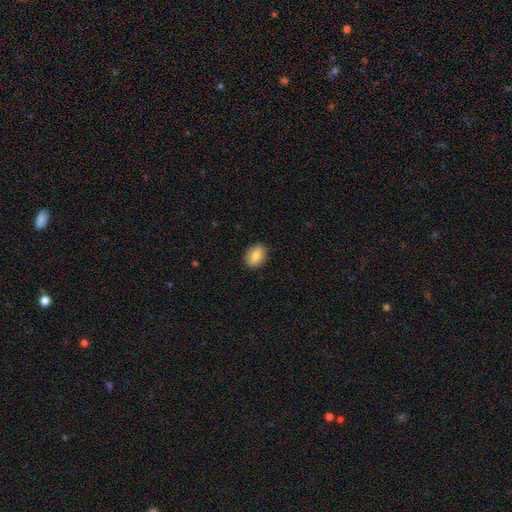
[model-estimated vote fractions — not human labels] Smooth or featured? smooth (84%)
How rounded? in between (72%)
Merging? none (90%)